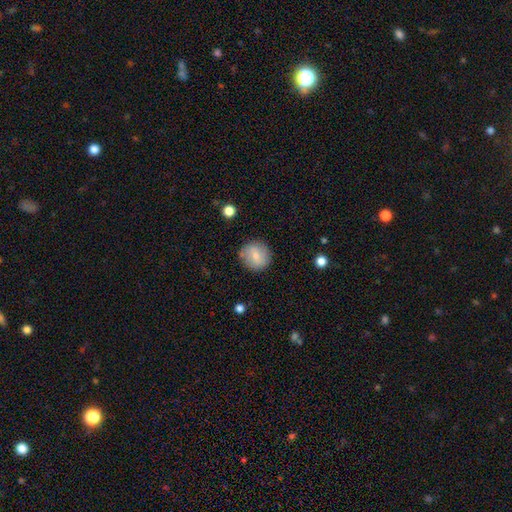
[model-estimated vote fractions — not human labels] smooth 67%, featured or disk 25%, star or artifact 8%. Down the decision tree: how rounded — round (90%); merging — none (84%).